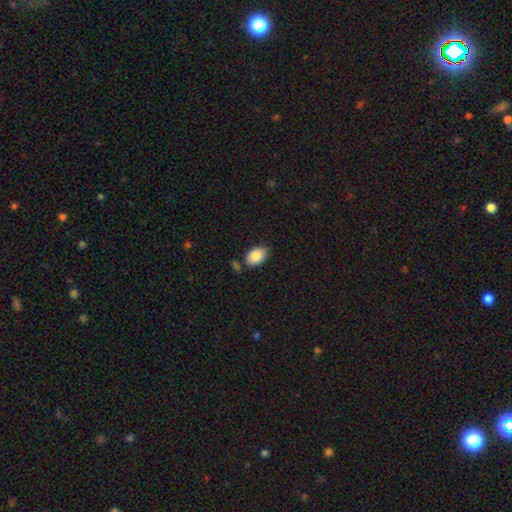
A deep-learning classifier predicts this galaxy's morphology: Smooth or featured? smooth (87%)
How rounded? in between (86%)
Merging? none (75%)